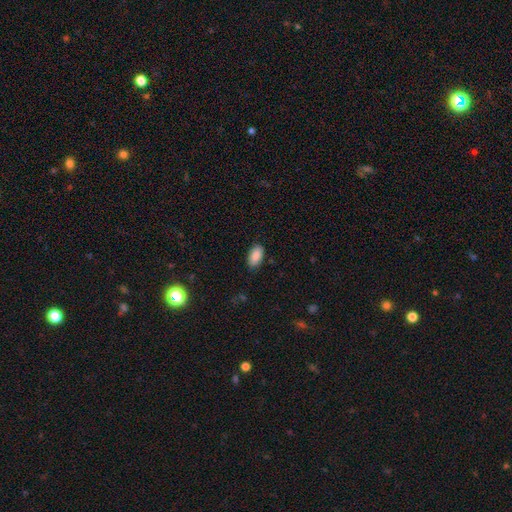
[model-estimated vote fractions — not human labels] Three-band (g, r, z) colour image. It shows a smooth galaxy with no disk features (89%) that is in between round and cigar-shaped (94%). Merging: none (86%).